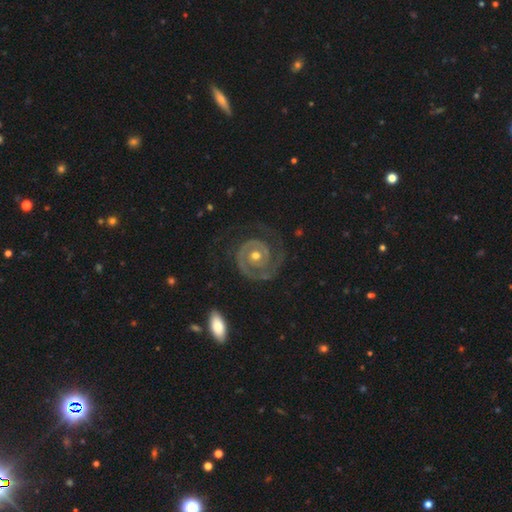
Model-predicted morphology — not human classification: Smooth or featured? featured or disk (89%)
Edge-on disk? no (98%)
Bar? no (73%)
Spiral arms? yes (96%)
Spiral winding? tight (70%)
Spiral arm count? 1 (43%)
Bulge size? moderate (68%)
Merging? none (69%)